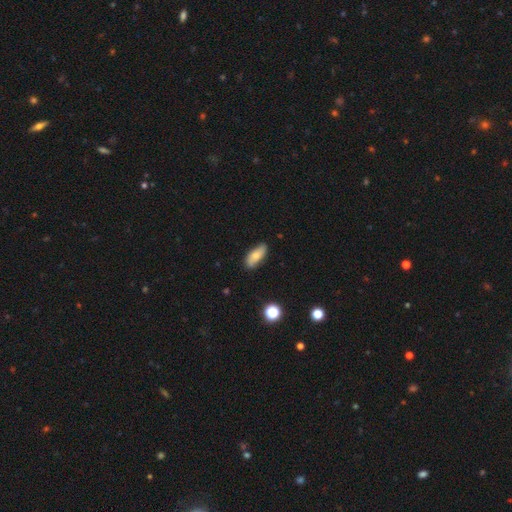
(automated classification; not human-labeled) This is likely a smooth galaxy (70%). How rounded: likely in between (78%). Merging: clearly none (83%).